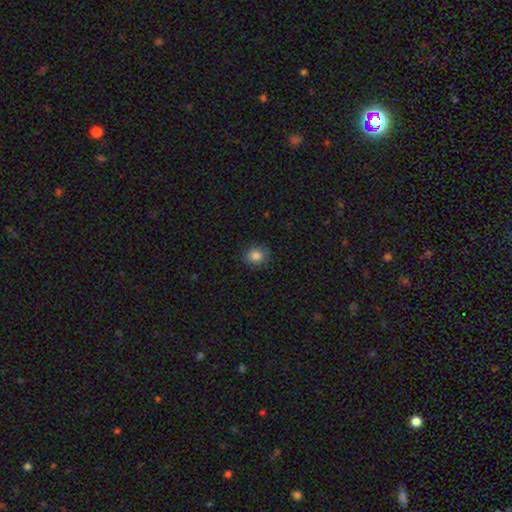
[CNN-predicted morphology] This appears to be a smooth galaxy with no disk features (85%) that is round (78%). Merging: none (87%).